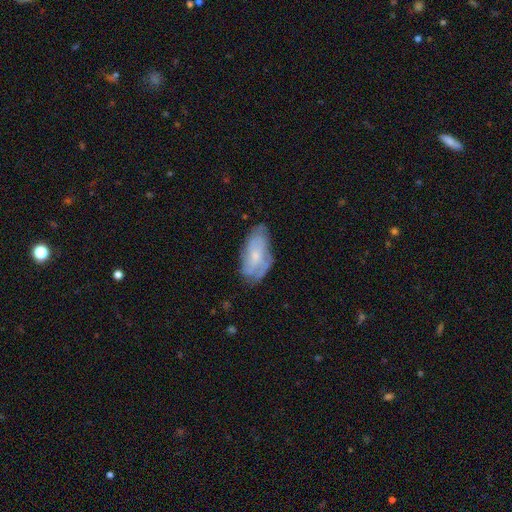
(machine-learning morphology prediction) This is possibly a featured or disk galaxy (55%). It is clearly not viewed edge-on (92%). Bar: likely no (76%). Spiral arm pattern: likely yes (69%). Central bulge: likely small (64%). Merging: likely none (62%).